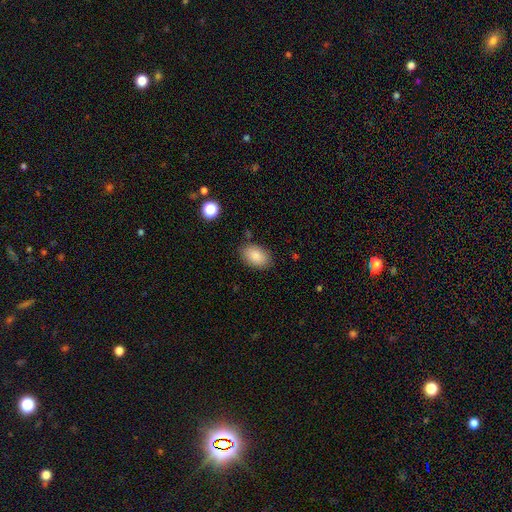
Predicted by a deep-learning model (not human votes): Morphology: type=smooth (87%); roundness=in between (91%); merging=none (84%).